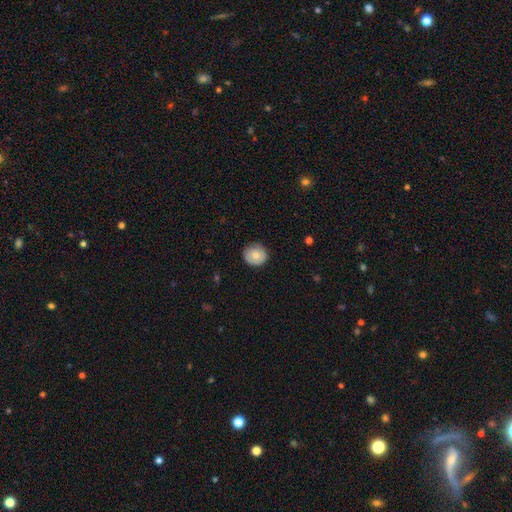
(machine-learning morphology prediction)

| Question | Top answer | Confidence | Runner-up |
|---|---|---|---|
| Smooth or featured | smooth | 73% | featured or disk (20%) |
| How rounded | round | 89% | in between (10%) |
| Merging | none | 83% | minor disturbance (13%) |